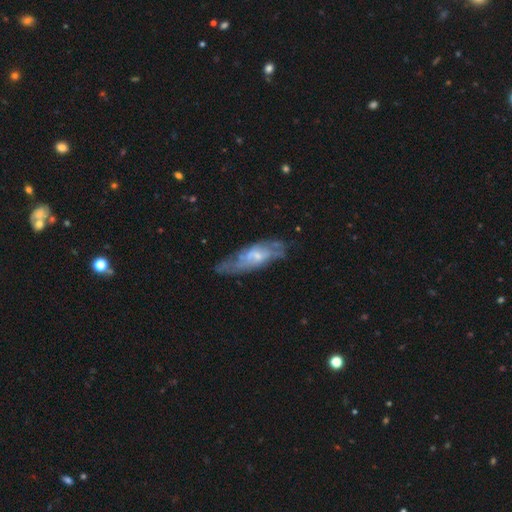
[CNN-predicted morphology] smooth-or-featured: featured or disk: 65% | smooth: 28% | star or artifact: 7%
  disk-edge-on: no: 79% | yes: 21%
    bar: no: 54% | weak: 39% | strong: 7%
    has-spiral-arms: yes: 67% | no: 33%
    bulge-size: small: 52% | moderate: 36% | none: 8% | large: 3% | dominant: 1%
  merging: none: 54% | minor disturbance: 27% | major disturbance: 15% | merger: 4%